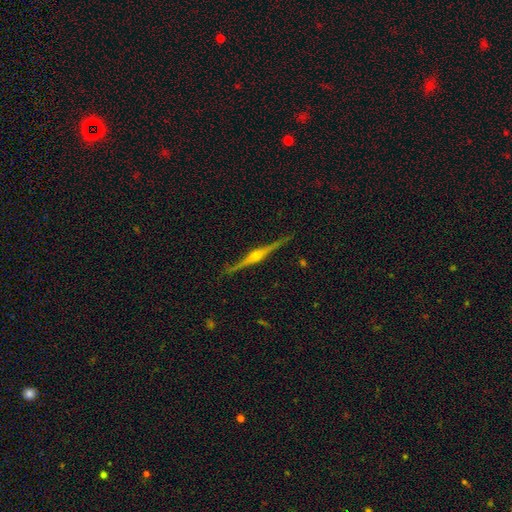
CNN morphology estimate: Overall: featured or disk (87%). Edge-on disk: yes (98%). Edge-on bulge: rounded (91%). Merging: none (90%).